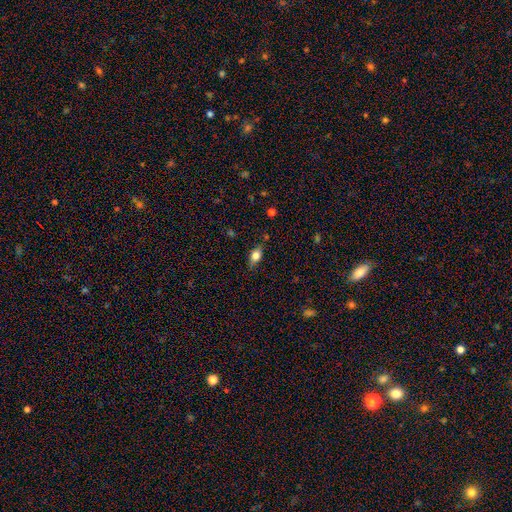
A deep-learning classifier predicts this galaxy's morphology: This appears to be a smooth galaxy with no disk features (69%) that is in between round and cigar-shaped (77%). Merging: none (76%).